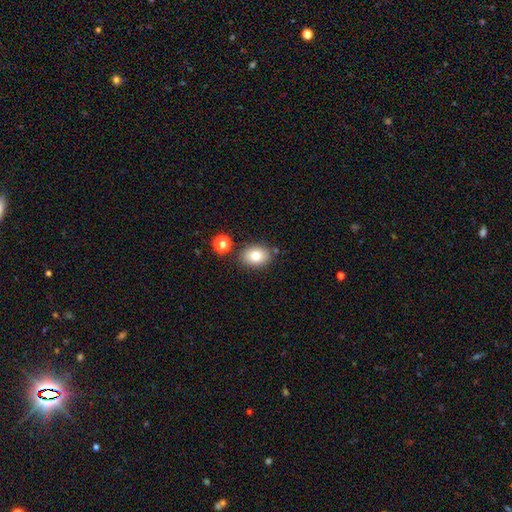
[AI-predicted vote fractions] Smooth or featured? smooth (79%)
How rounded? in between (65%)
Merging? none (81%)